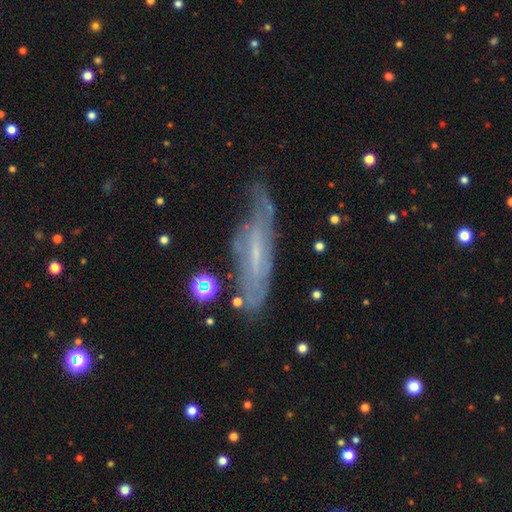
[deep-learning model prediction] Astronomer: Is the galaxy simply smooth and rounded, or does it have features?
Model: featured or disk — 71%.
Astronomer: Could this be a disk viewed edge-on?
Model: no — 66%.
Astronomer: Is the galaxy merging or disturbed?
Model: none — 66%.